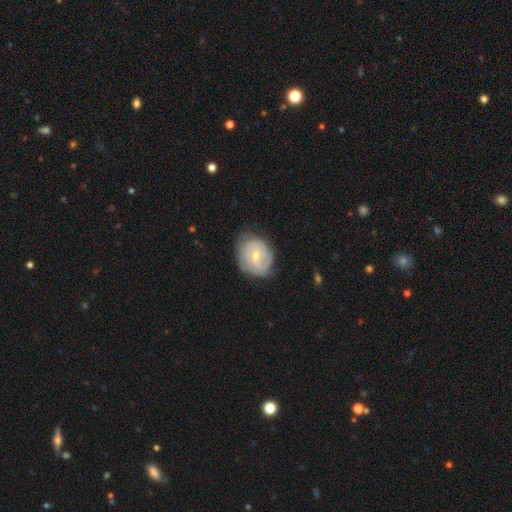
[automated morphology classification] This appears to be a featured or disk galaxy (68%) with no bar (47%), tight (65%) spiral arms (87%) and a small central bulge (57%). Merging: none (71%).